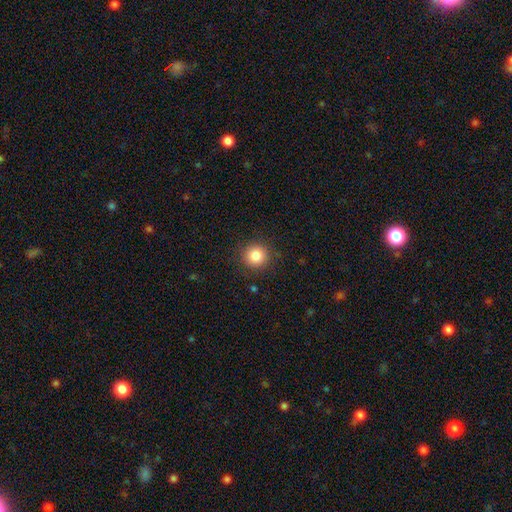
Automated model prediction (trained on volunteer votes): The model was most divided on "smooth or featured": smooth: 84%, star or artifact: 10%, featured or disk: 5%. More confident: how rounded — round (93%); merging — none (90%).